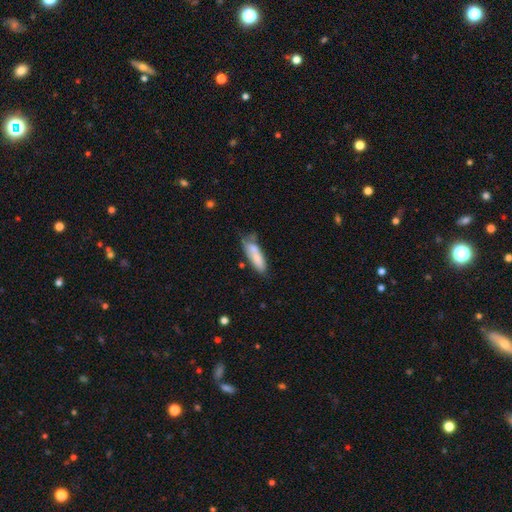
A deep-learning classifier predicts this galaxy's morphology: Q: Smooth or featured?
A: smooth (73%); runner-up: featured or disk (20%)
Q: How rounded?
A: cigar-shaped (51%); runner-up: in between (48%)
Q: Merging?
A: none (46%); runner-up: minor disturbance (27%)